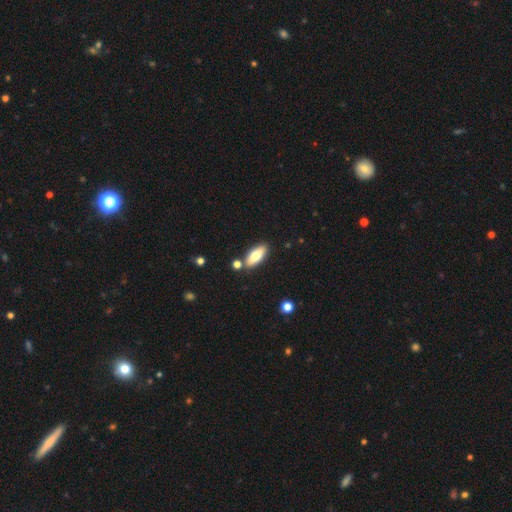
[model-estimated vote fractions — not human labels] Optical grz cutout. It shows a smooth galaxy with no disk features (71%) that is in between round and cigar-shaped (77%). Merging: none (81%).